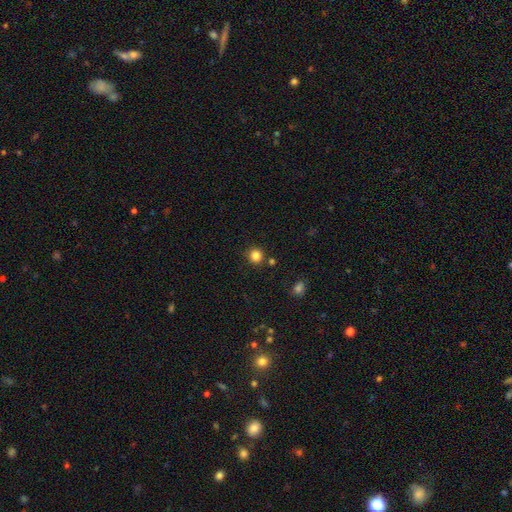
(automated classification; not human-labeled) Smooth or featured: smooth — 84% (star or artifact — 12%)
How rounded: round — 91% (in between — 8%)
Merging: none — 86% (minor disturbance — 7%)